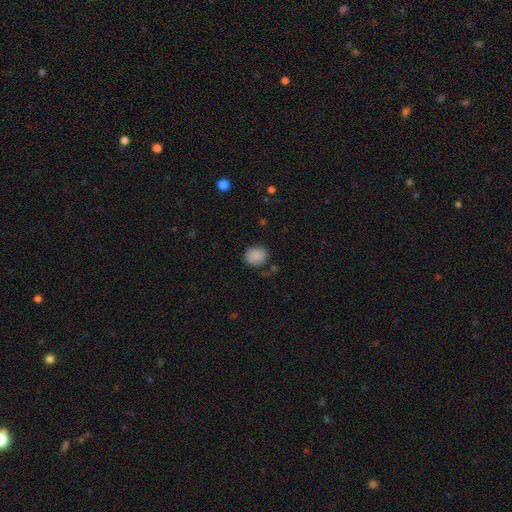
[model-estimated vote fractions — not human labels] A smooth galaxy with no disk features (88%) that is round (72%). Merging: none (82%).